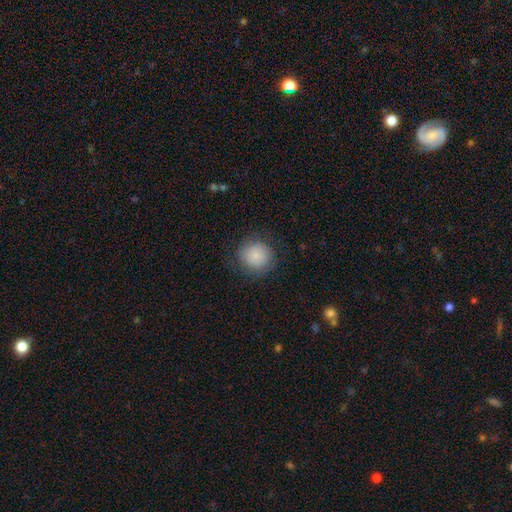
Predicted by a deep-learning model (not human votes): Morphology: type=smooth (85%); roundness=round (92%); merging=none (83%).